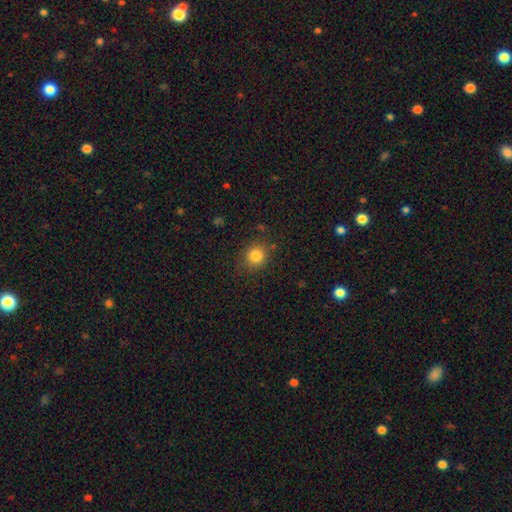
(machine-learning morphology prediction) Smooth or featured: smooth — 82% (star or artifact — 12%)
How rounded: round — 82% (in between — 17%)
Merging: none — 84% (minor disturbance — 11%)